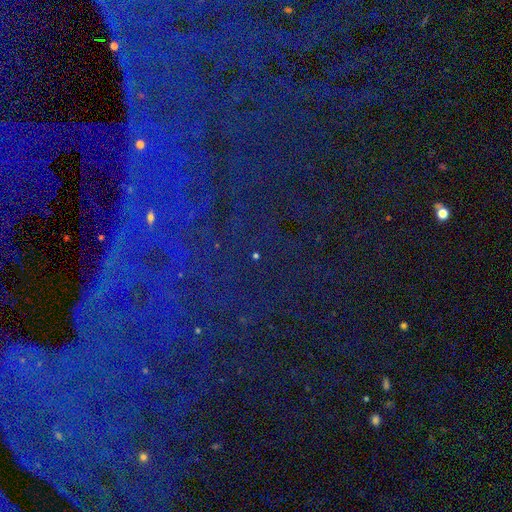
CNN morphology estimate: smooth_or_featured: star or artifact (p=0.80) [alt: smooth p=0.11]